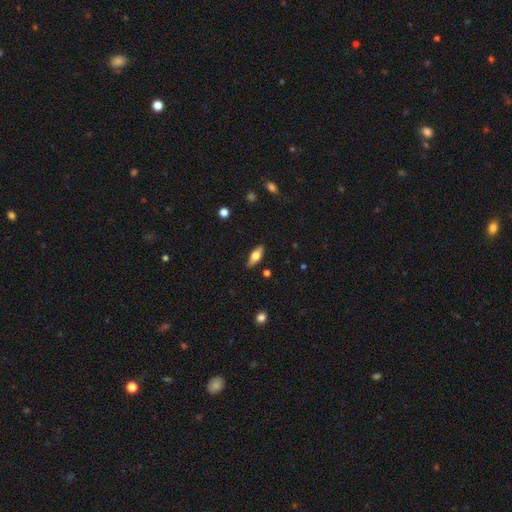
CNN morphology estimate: Overall: smooth (60%; featured or disk 34%). How rounded: in between (72%). Merging: none (87%).